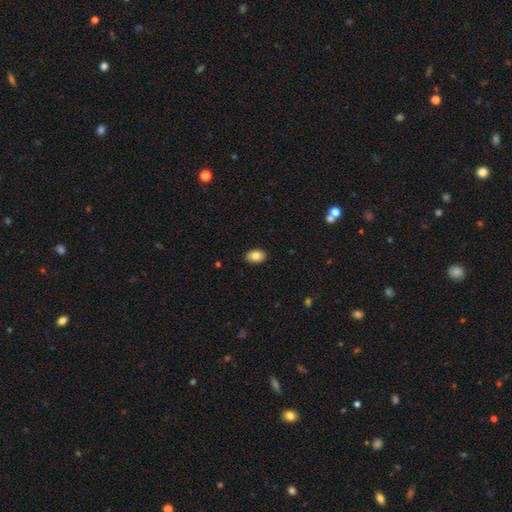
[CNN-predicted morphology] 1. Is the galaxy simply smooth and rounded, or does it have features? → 83% smooth, 9% featured or disk, 8% star or artifact.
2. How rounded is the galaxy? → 82% in between, 17% round, 1% cigar-shaped.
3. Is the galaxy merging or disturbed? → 89% none, 8% minor disturbance, 2% major disturbance, 1% merger.